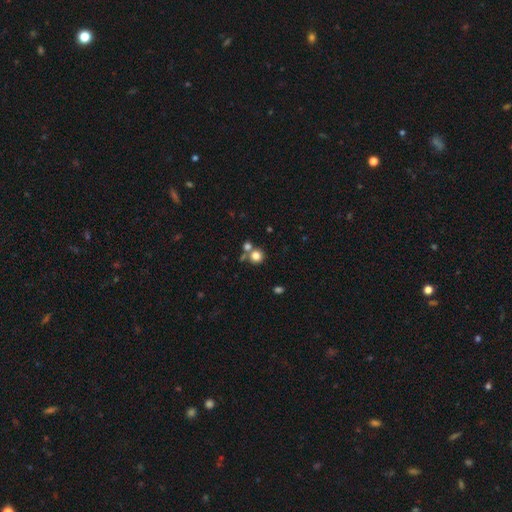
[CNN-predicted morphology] The model was most divided on "merging": none: 59%, merger: 29%, minor disturbance: 8%, major disturbance: 4%. More confident: how rounded — round (90%); smooth or featured — smooth (79%).